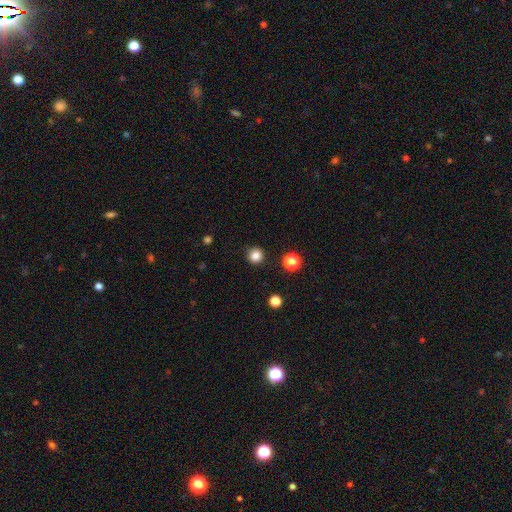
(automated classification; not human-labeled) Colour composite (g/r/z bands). It shows a smooth galaxy with no disk features (84%) that is round (95%). Merging: none (92%).